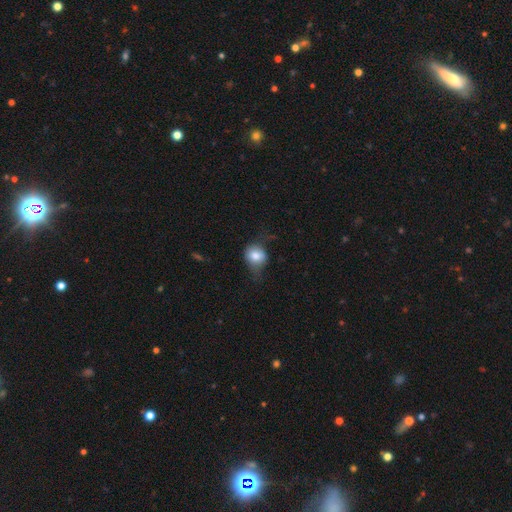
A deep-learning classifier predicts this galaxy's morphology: A smooth galaxy with no disk features (75%) that is round (64%).

Vote fractions:
- Smooth or featured? smooth: 75% / featured or disk: 16% / star or artifact: 9%
- How rounded? round: 64% / in between: 35% / cigar-shaped: 1%
- Merging? none: 42% / minor disturbance: 35% / major disturbance: 21% / merger: 2%